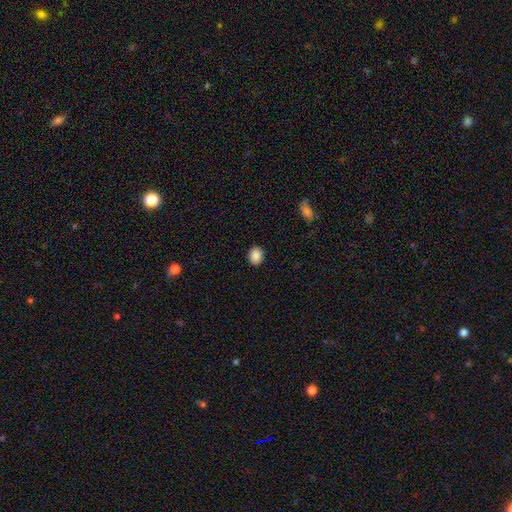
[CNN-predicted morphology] Overall: smooth (89%). How rounded: in between (51%; round 48%). Merging: none (90%).